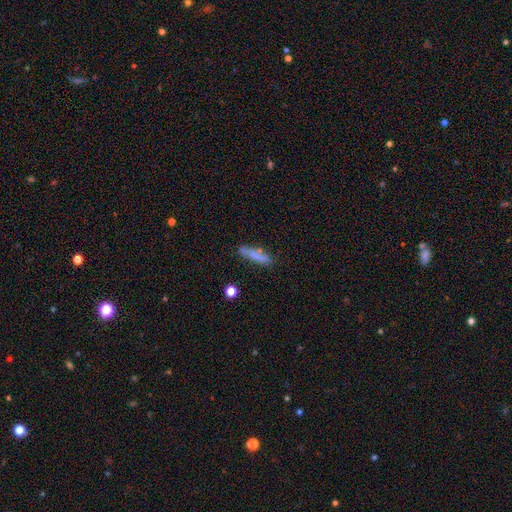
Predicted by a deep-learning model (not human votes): Smooth or featured? Predicted: smooth (p=0.68). How rounded? Predicted: cigar-shaped (p=0.78). Merging? Predicted: none (p=0.68).